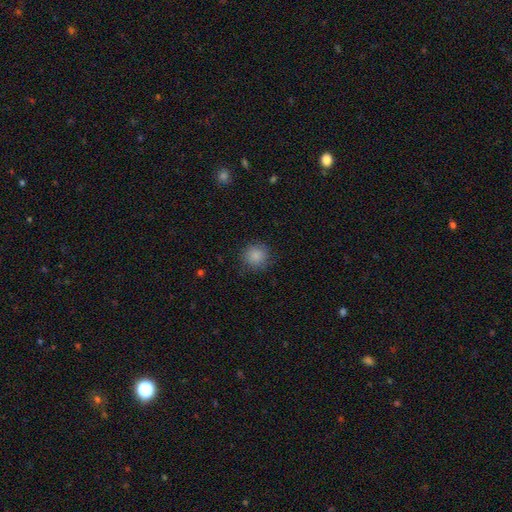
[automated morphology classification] A smooth galaxy with no disk features (85%) that is round (92%). Merging: none (84%).